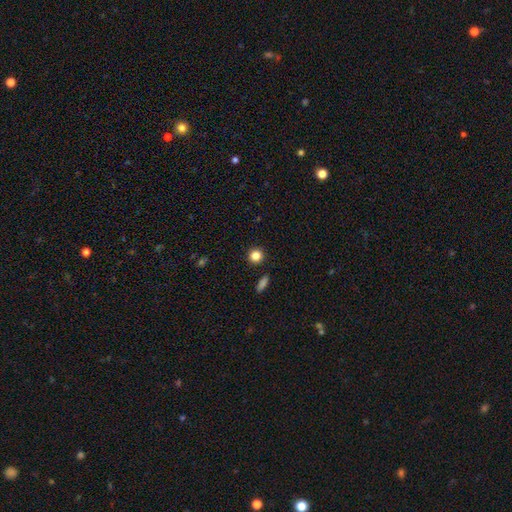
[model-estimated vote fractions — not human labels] Smooth or featured: smooth — 84% (star or artifact — 11%)
How rounded: round — 92% (in between — 7%)
Merging: none — 91% (minor disturbance — 5%)